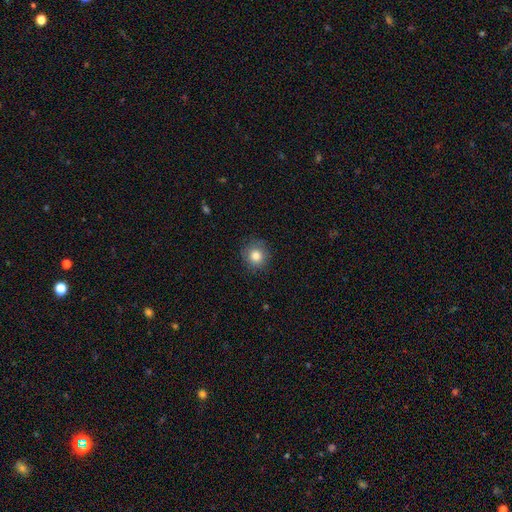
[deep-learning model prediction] A smooth galaxy with no disk features (83%) that is round (90%). Merging: none (86%).